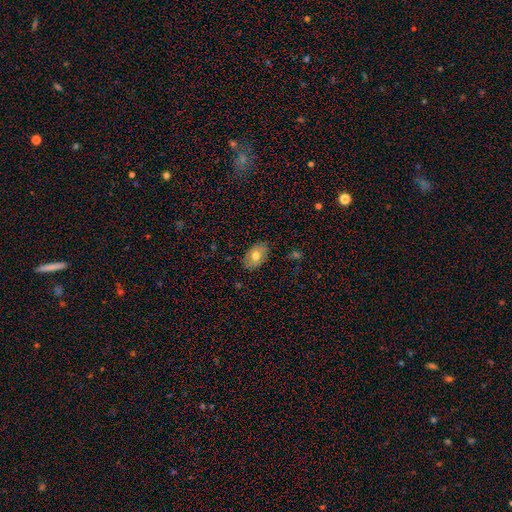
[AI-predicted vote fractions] smooth 73%, featured or disk 19%, star or artifact 8%. Down the decision tree: how rounded — in between (85%); merging — none (84%).